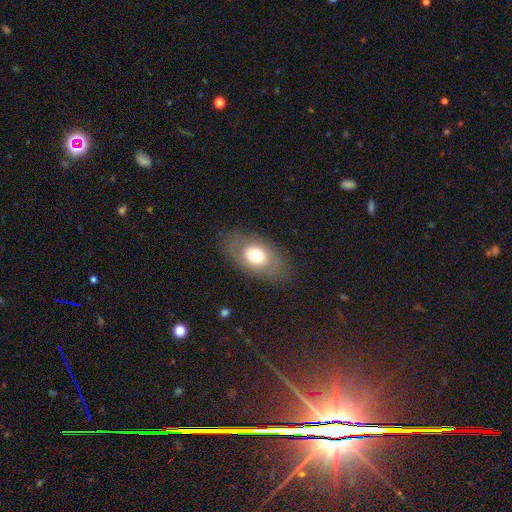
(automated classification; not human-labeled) Overall: smooth (65%; featured or disk 26%). How rounded: in between (82%). Merging: none (78%).